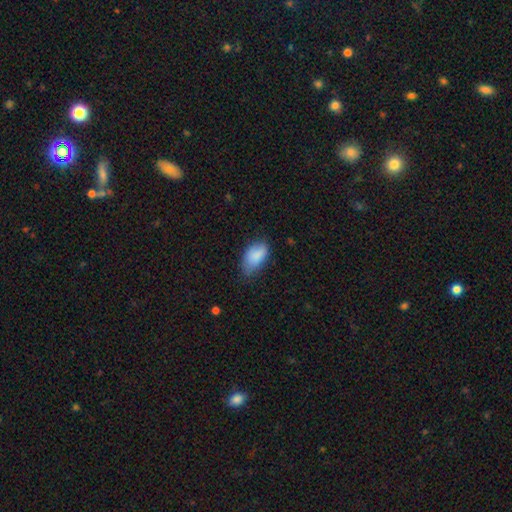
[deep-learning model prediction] Smooth or featured? smooth (86%)
How rounded? in between (93%)
Merging? none (54%)